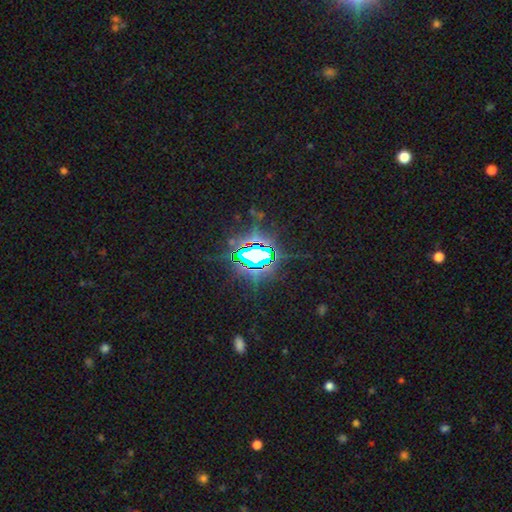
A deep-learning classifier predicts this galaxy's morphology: Smooth or featured? star or artifact (82%)